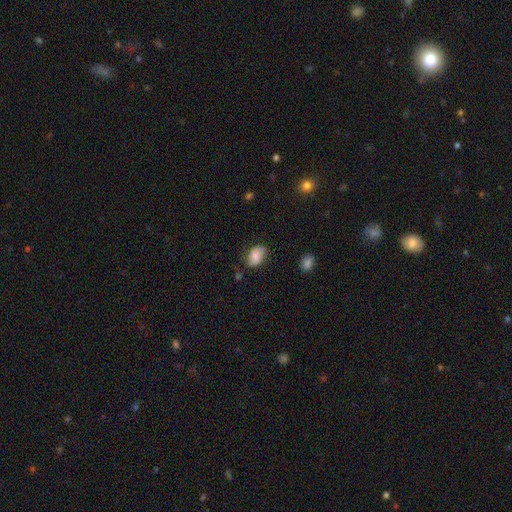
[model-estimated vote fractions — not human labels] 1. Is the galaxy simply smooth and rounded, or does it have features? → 67% smooth, 24% featured or disk, 9% star or artifact.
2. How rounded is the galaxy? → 86% in between, 12% round, 2% cigar-shaped.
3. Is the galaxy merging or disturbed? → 63% none, 27% minor disturbance, 8% major disturbance, 2% merger.